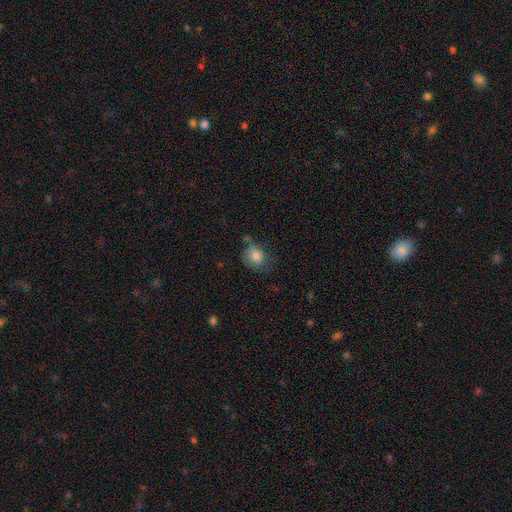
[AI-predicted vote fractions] This is clearly a smooth galaxy (81%). How rounded: possibly round (59%). Merging: possibly none (47%).